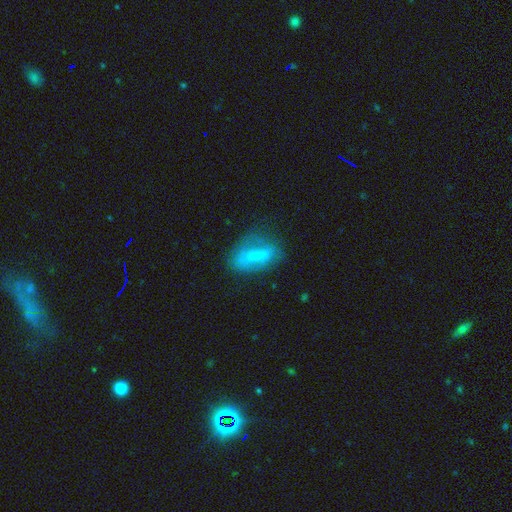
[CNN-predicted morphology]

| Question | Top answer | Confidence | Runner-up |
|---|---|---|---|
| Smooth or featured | smooth | 52% | featured or disk (38%) |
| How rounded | in between | 56% | cigar-shaped (40%) |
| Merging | none | 60% | minor disturbance (24%) |